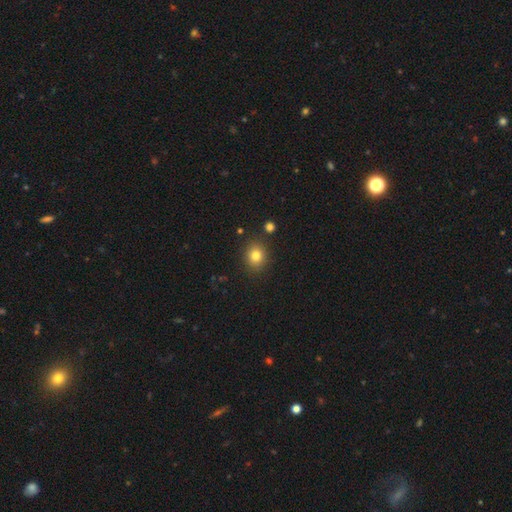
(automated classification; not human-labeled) smooth_or_featured: smooth (p=0.81) [alt: star or artifact p=0.12]
how_rounded: round (p=0.70) [alt: in between p=0.29]
merging: none (p=0.86) [alt: minor disturbance p=0.09]